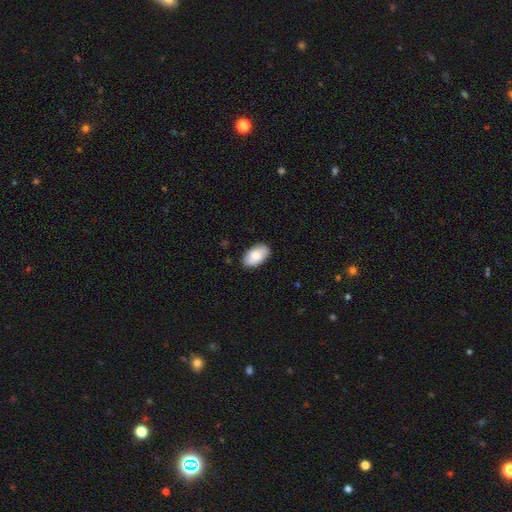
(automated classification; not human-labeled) This appears to be a smooth galaxy with no disk features (83%) that is in between round and cigar-shaped (94%). Merging: none (87%).